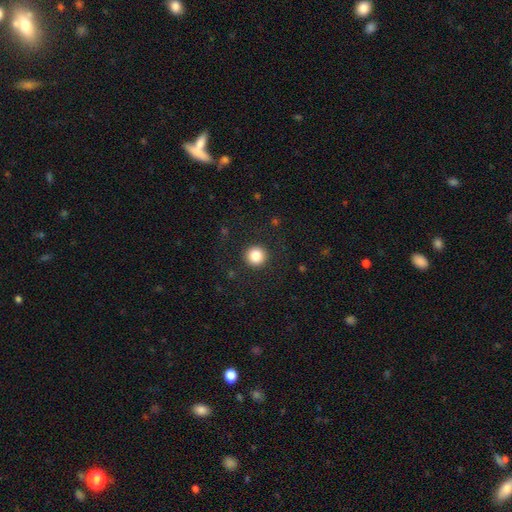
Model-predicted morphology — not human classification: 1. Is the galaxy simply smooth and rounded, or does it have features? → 84% smooth, 10% star or artifact, 5% featured or disk.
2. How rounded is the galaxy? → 95% round, 4% in between, 1% cigar-shaped.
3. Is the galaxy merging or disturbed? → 91% none, 5% minor disturbance, 2% major disturbance, 1% merger.